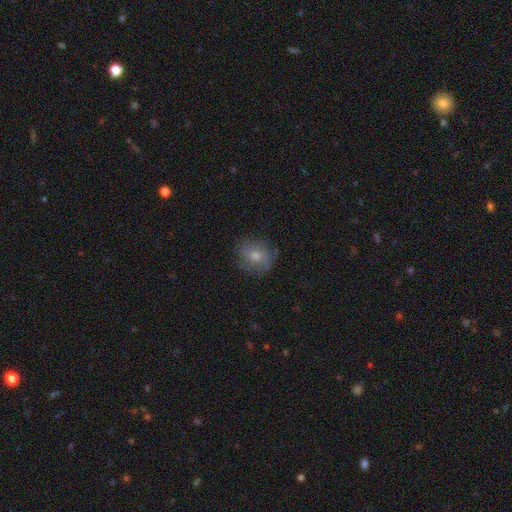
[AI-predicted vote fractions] smooth_or_featured: smooth (p=0.46) [alt: featured or disk p=0.39]
merging: none (p=0.78) [alt: minor disturbance p=0.16]